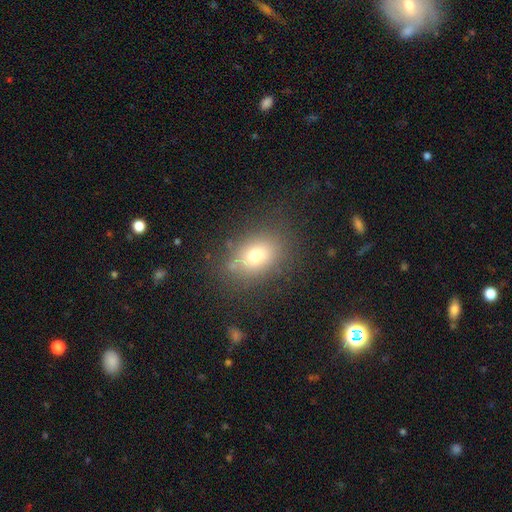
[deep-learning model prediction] Smooth or featured: smooth — 72% (star or artifact — 14%)
How rounded: in between — 65% (round — 34%)
Merging: none — 78% (minor disturbance — 13%)